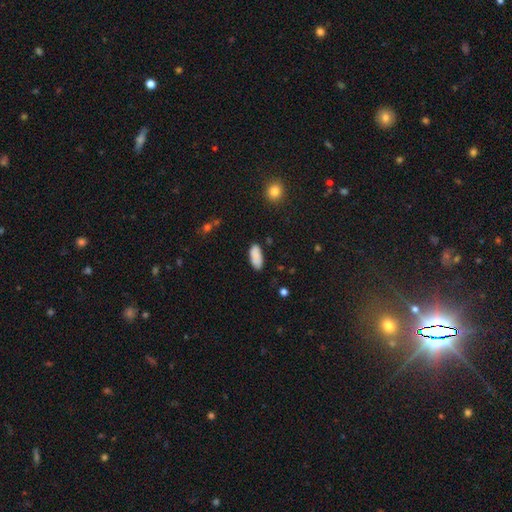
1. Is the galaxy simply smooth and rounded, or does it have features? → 89% smooth, 8% featured or disk, 3% star or artifact.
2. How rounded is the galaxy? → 94% in between, 6% cigar-shaped, 0% round.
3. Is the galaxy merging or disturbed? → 69% none, 19% minor disturbance, 8% major disturbance, 3% merger.